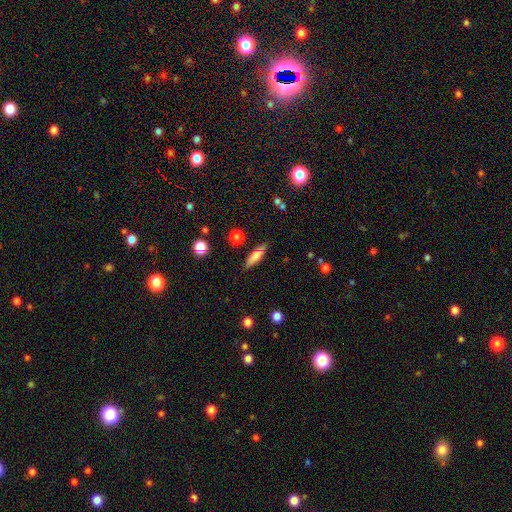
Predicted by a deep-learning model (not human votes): A smooth galaxy with no disk features (71%) that is cigar-shaped (66%).

Vote fractions:
- Smooth or featured? smooth: 71% / featured or disk: 21% / star or artifact: 8%
- How rounded? cigar-shaped: 66% / in between: 31% / round: 3%
- Merging? none: 81% / minor disturbance: 12% / merger: 3% / major disturbance: 3%